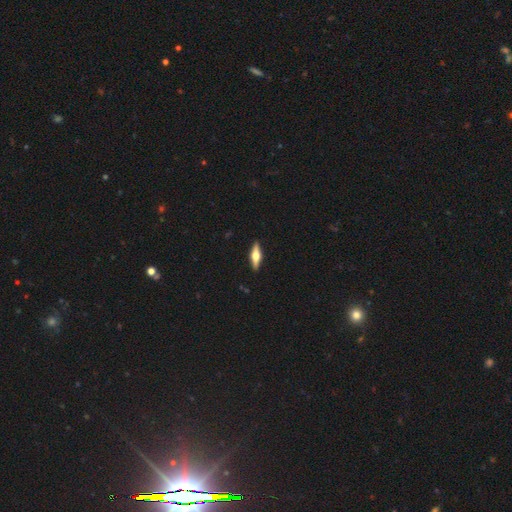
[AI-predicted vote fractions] smooth_or_featured: featured or disk (p=0.60) [alt: smooth p=0.35]
disk_edge_on: yes (p=0.96) [alt: no p=0.04]
edge_on_bulge: rounded (p=0.93) [alt: boxy p=0.05]
merging: none (p=0.90) [alt: minor disturbance p=0.07]